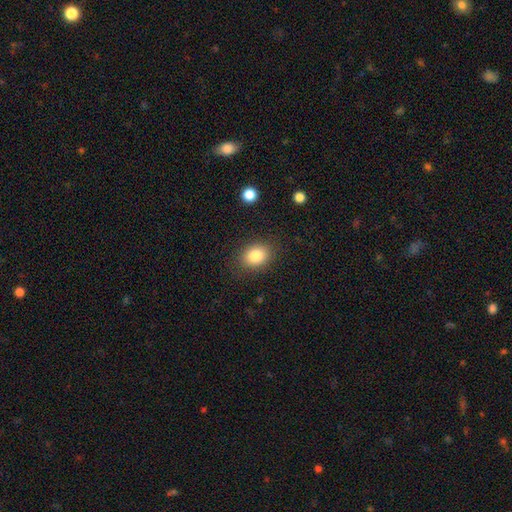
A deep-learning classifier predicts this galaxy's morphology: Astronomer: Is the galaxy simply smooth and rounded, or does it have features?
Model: smooth — 84%.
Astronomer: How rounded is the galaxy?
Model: in between — 61% (runner-up: round, 38%).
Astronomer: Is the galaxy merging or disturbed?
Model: none — 85%.